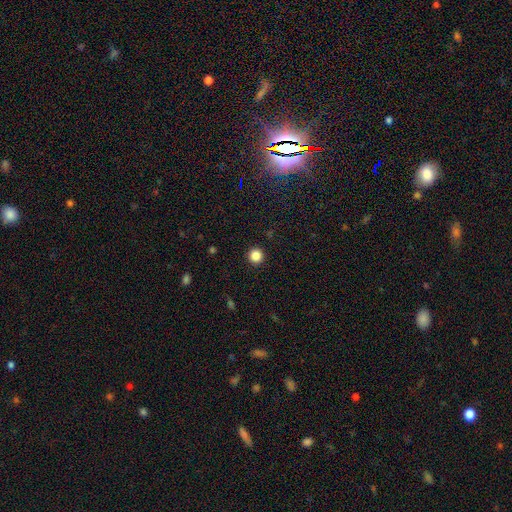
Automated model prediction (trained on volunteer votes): smooth 85%, star or artifact 11%, featured or disk 3%. Down the decision tree: how rounded — round (95%); merging — none (93%).